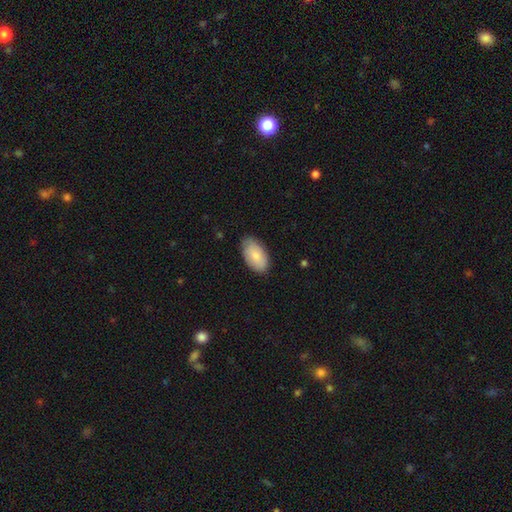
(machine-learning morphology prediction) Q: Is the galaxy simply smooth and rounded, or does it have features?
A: smooth — 83%.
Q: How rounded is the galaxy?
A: in between — 95%.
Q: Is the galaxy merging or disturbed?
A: none — 81%.